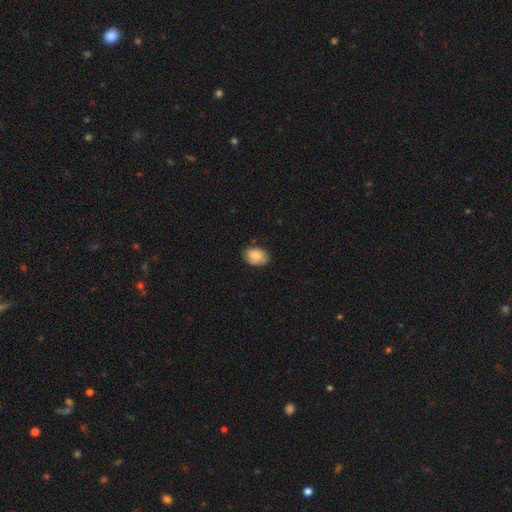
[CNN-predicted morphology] Q: Smooth or featured?
A: smooth (84%); runner-up: featured or disk (9%)
Q: How rounded?
A: in between (79%); runner-up: round (20%)
Q: Merging?
A: none (78%); runner-up: minor disturbance (18%)